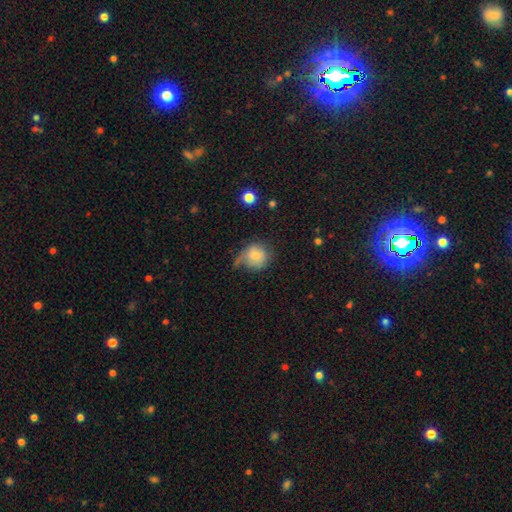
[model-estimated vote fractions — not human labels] smooth-or-featured: smooth: 73% | featured or disk: 19% | star or artifact: 9%
  how-rounded: round: 75% | in between: 24% | cigar-shaped: 1%
  merging: none: 38% | minor disturbance: 35% | major disturbance: 23% | merger: 5%